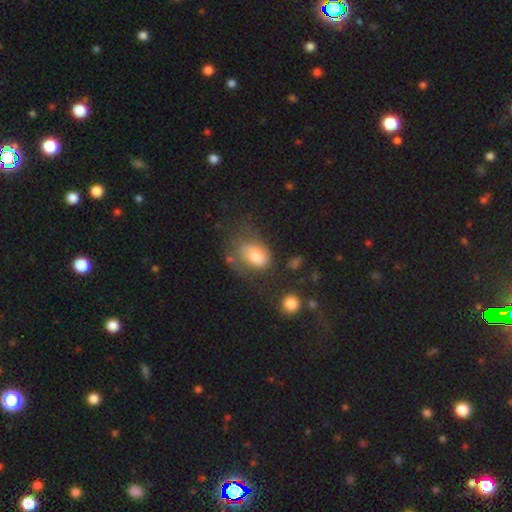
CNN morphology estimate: Q: Smooth or featured?
A: smooth (66%); runner-up: featured or disk (25%)
Q: How rounded?
A: in between (76%); runner-up: round (23%)
Q: Merging?
A: none (37%); runner-up: minor disturbance (29%)